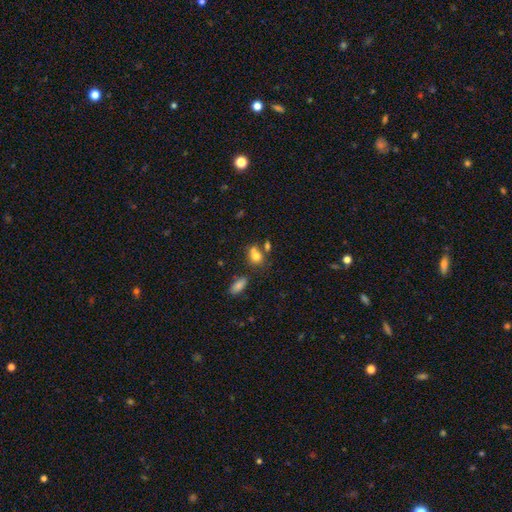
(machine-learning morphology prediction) Smooth or featured? Predicted: smooth (p=0.74). How rounded? Predicted: in between (p=0.51). Merging? Predicted: merger (p=0.42).